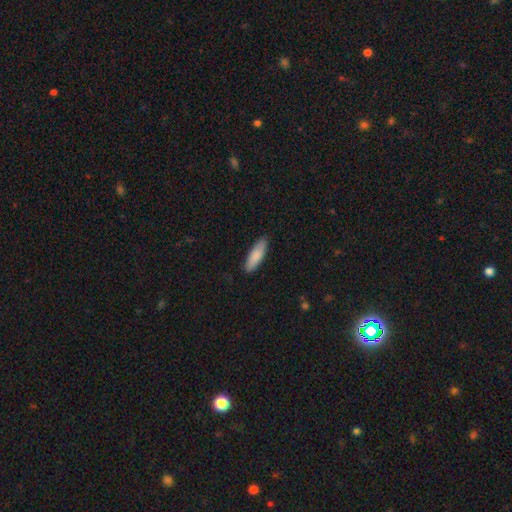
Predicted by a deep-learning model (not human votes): Smooth or featured?
  - smooth: 86% *
  - featured or disk: 9%
  - star or artifact: 5%
How rounded?
  - in between: 50% *
  - cigar-shaped: 49%
  - round: 2%
Merging?
  - none: 86% *
  - minor disturbance: 11%
  - major disturbance: 2%
  - merger: 1%